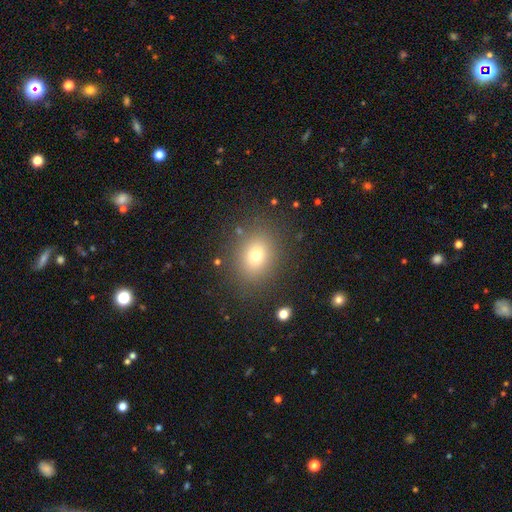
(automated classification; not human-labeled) Q: Smooth or featured?
A: smooth (73%); runner-up: star or artifact (16%)
Q: How rounded?
A: round (51%); runner-up: in between (48%)
Q: Merging?
A: none (85%); runner-up: minor disturbance (9%)